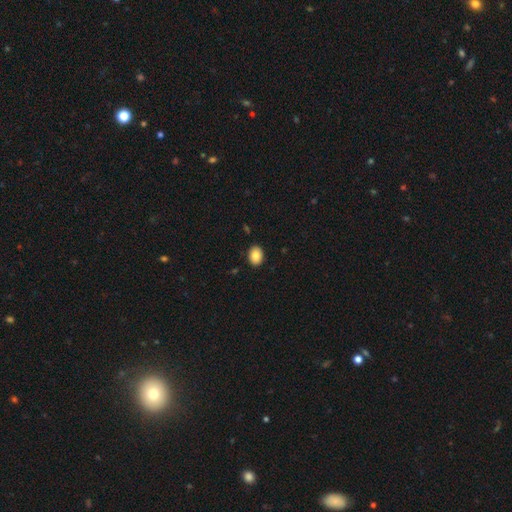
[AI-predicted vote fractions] Smooth or featured: smooth — 86% (star or artifact — 8%)
How rounded: in between — 71% (round — 28%)
Merging: none — 90% (minor disturbance — 7%)